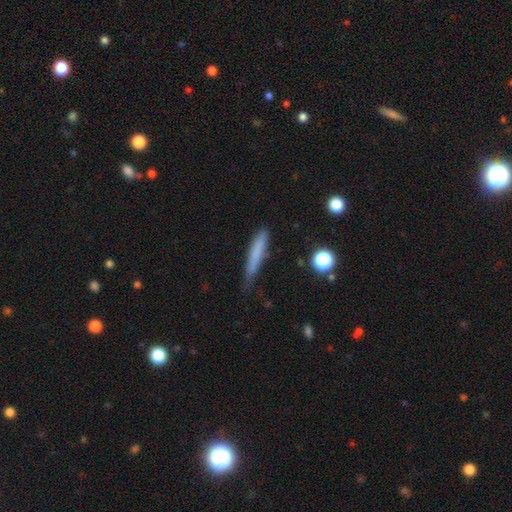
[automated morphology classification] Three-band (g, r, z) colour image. It shows a smooth galaxy with no disk features (73%) that is cigar-shaped (92%). Merging: none (66%).